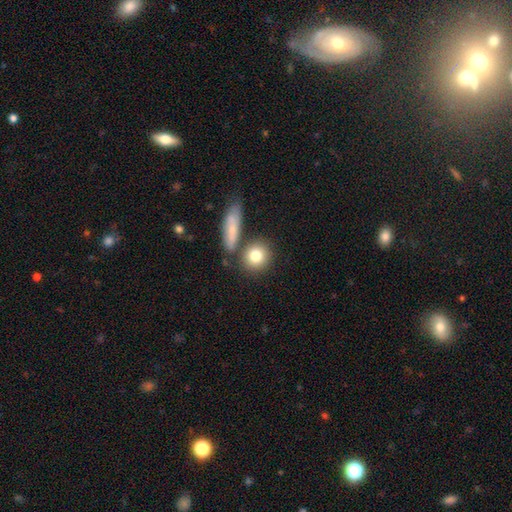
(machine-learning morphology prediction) The model was most divided on "merging": none: 72%, merger: 15%, minor disturbance: 10%, major disturbance: 3%. More confident: smooth or featured — smooth (80%); how rounded — round (80%).